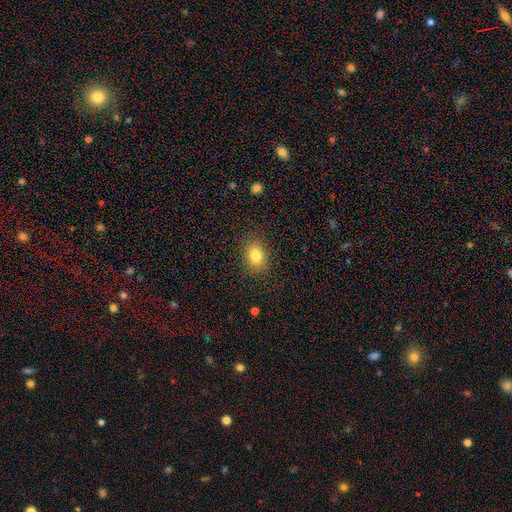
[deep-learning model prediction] This appears to be a smooth galaxy with no disk features (81%) that is in between round and cigar-shaped (63%). Merging: none (85%).